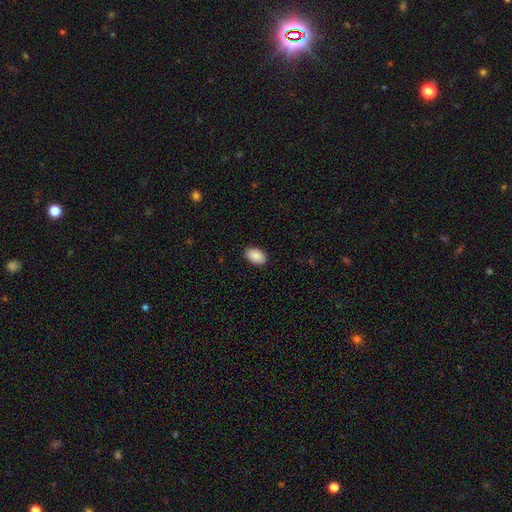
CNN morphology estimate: Smooth or featured? Predicted: smooth (p=0.89). How rounded? Predicted: in between (p=0.91). Merging? Predicted: none (p=0.88).